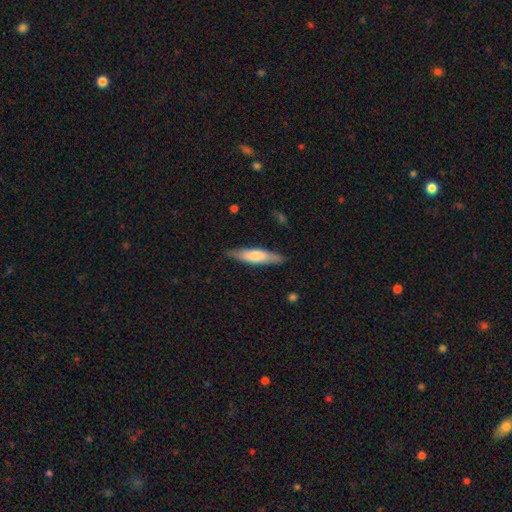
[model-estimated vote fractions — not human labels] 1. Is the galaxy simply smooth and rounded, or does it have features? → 66% smooth, 29% featured or disk, 5% star or artifact.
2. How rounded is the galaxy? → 76% cigar-shaped, 22% in between, 1% round.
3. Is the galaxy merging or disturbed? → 86% none, 11% minor disturbance, 2% major disturbance, 1% merger.